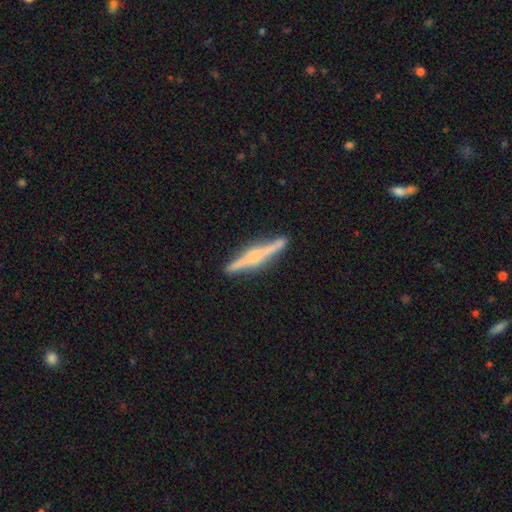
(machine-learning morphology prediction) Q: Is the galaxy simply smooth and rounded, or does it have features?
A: featured or disk — 73%.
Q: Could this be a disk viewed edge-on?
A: yes — 97%.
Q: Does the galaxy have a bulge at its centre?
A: rounded — 65%.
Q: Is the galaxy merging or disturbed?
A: none — 87%.